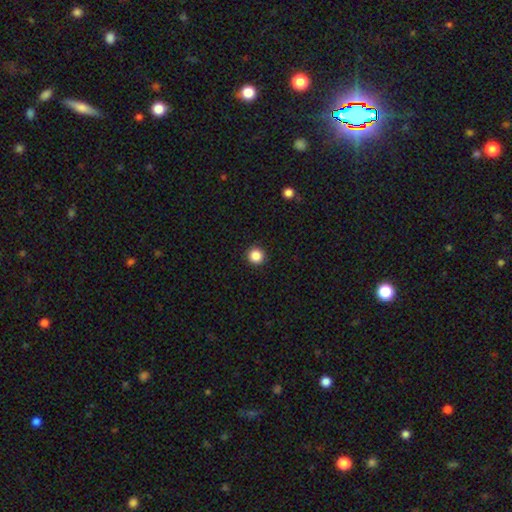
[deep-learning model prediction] Overall: smooth (87%). How rounded: round (95%). Merging: none (93%).